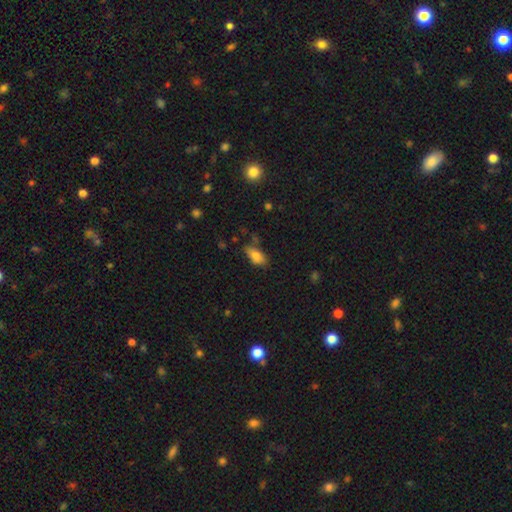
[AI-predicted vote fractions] Morphology: type=smooth (80%); roundness=in between (87%); merging=none (65%).